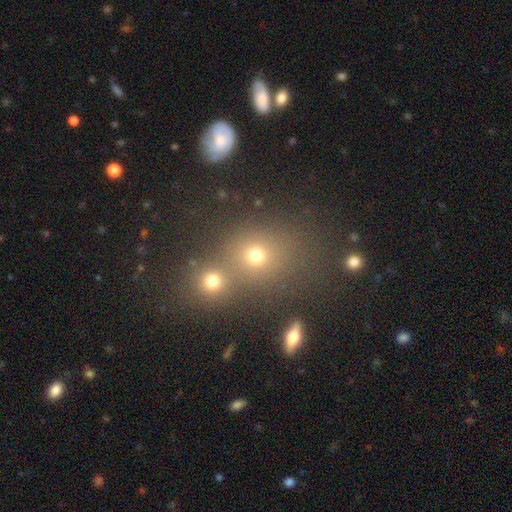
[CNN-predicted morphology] A smooth galaxy with no disk features (71%) that is round (73%). Merging: none (47%).